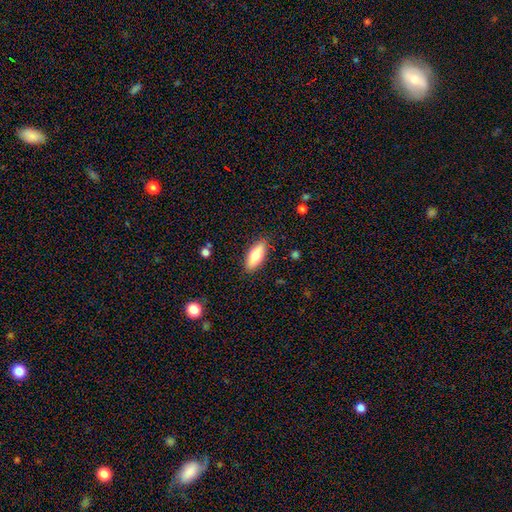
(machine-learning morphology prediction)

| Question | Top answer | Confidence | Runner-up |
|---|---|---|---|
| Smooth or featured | smooth | 71% | featured or disk (23%) |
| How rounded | in between | 73% | cigar-shaped (25%) |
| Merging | none | 87% | minor disturbance (9%) |